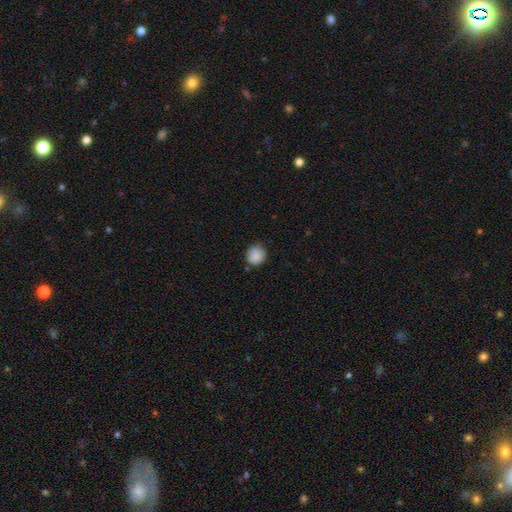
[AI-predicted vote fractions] Overall: smooth (87%). How rounded: round (88%). Merging: none (78%).